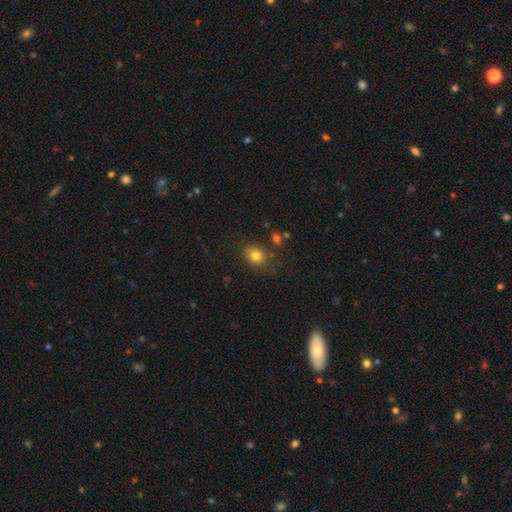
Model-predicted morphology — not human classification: The model was most divided on "how rounded": in between: 62%, round: 37%, cigar-shaped: 1%. More confident: smooth or featured — smooth (79%); merging — none (72%).